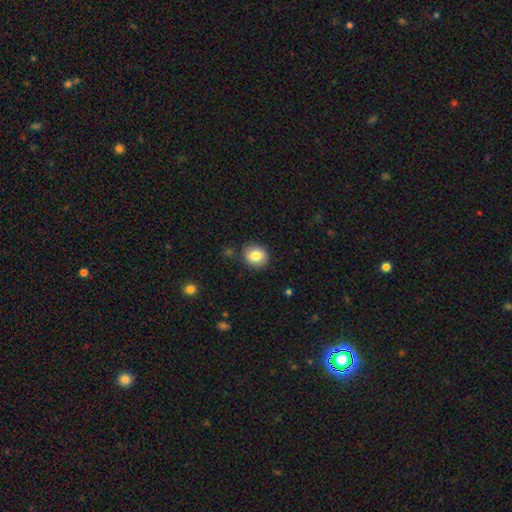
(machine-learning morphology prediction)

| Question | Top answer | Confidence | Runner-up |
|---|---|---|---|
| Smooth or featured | smooth | 80% | featured or disk (11%) |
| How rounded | round | 69% | in between (30%) |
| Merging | none | 86% | minor disturbance (10%) |